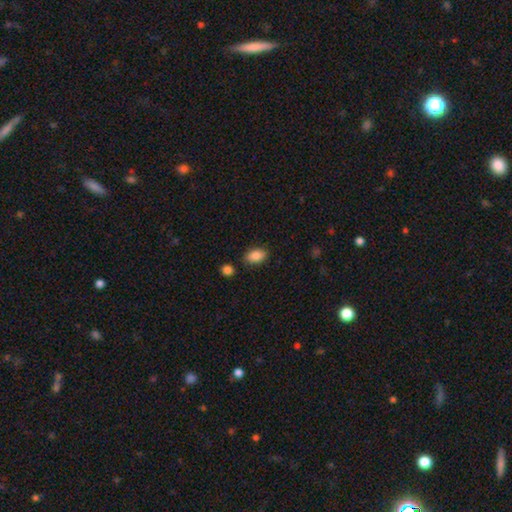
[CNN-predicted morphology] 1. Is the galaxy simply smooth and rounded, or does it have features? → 86% smooth, 8% star or artifact, 7% featured or disk.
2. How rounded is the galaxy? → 90% in between, 8% round, 2% cigar-shaped.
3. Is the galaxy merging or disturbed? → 84% none, 10% minor disturbance, 4% merger, 2% major disturbance.